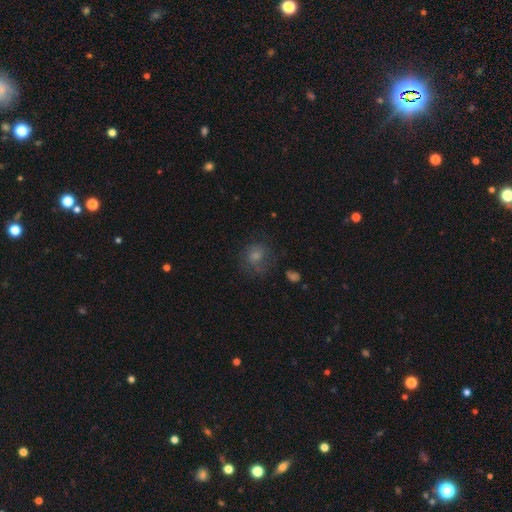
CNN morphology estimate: The model was most divided on "smooth or featured": smooth: 47%, featured or disk: 27%, star or artifact: 26%. More confident: merging — none (68%).